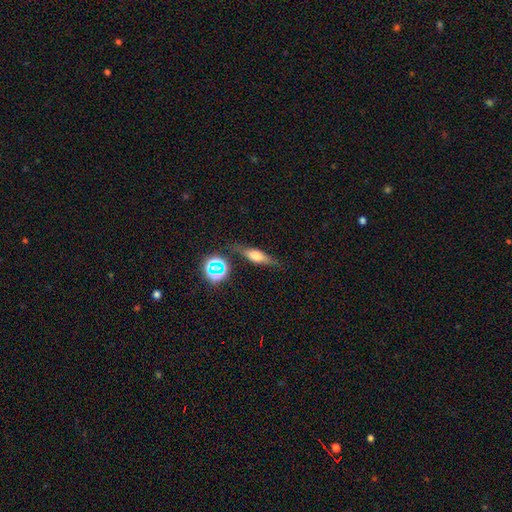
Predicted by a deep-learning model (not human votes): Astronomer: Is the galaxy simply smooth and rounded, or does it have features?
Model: featured or disk — 45% (runner-up: smooth, 42%).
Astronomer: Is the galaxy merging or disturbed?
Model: none — 77%.